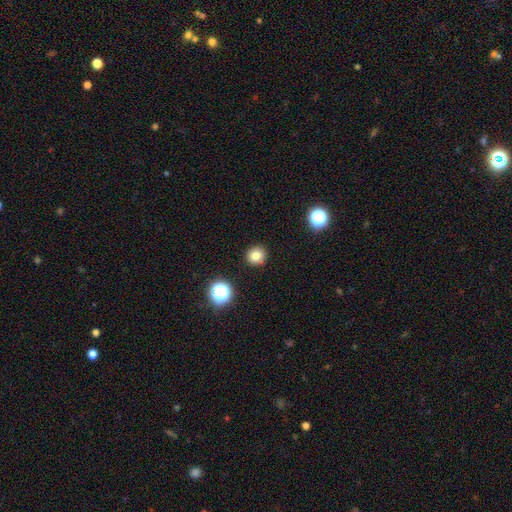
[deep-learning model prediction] Smooth or featured?
  - smooth: 80% *
  - star or artifact: 14%
  - featured or disk: 6%
How rounded?
  - round: 90% *
  - in between: 9%
  - cigar-shaped: 1%
Merging?
  - none: 90% *
  - minor disturbance: 6%
  - major disturbance: 2%
  - merger: 2%